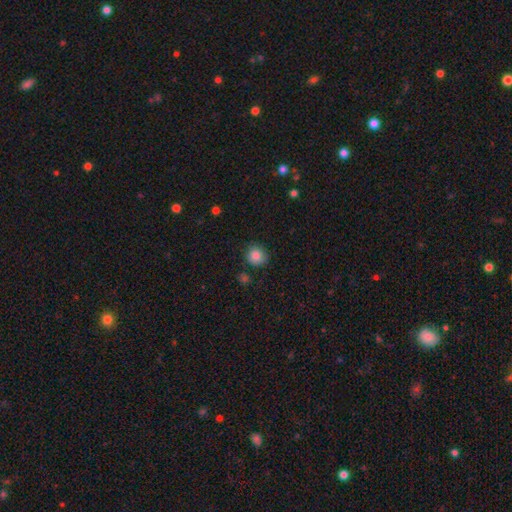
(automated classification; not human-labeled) Smooth or featured: smooth — 86% (star or artifact — 9%)
How rounded: round — 85% (in between — 14%)
Merging: none — 83% (minor disturbance — 11%)